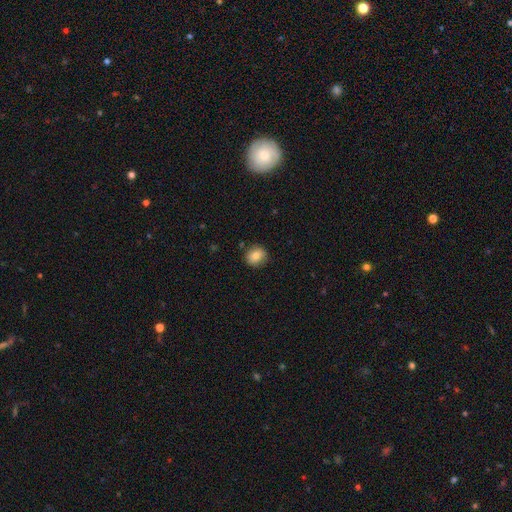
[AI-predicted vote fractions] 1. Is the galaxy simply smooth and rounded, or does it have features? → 82% smooth, 9% star or artifact, 9% featured or disk.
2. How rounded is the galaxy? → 72% round, 27% in between, 1% cigar-shaped.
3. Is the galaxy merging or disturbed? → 84% none, 12% minor disturbance, 3% major disturbance, 2% merger.